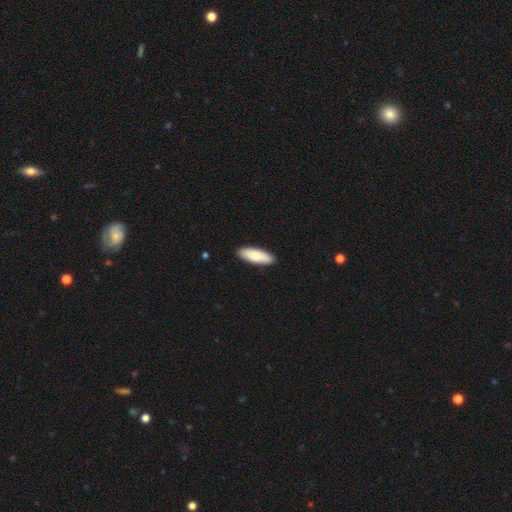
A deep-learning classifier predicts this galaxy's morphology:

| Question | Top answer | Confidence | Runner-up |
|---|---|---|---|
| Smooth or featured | smooth | 83% | featured or disk (12%) |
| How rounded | in between | 61% | cigar-shaped (37%) |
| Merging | none | 91% | minor disturbance (7%) |